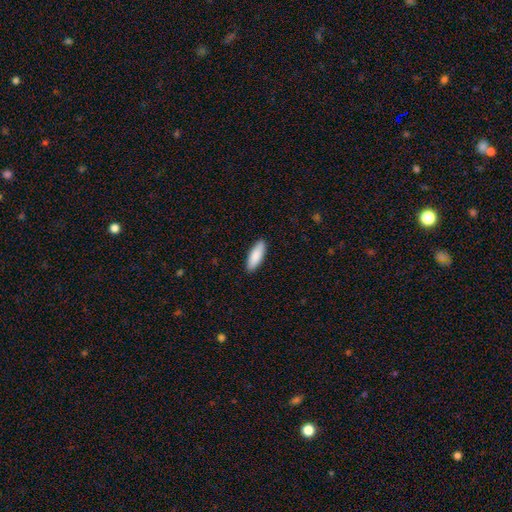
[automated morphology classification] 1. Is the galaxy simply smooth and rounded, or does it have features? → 88% smooth, 7% featured or disk, 5% star or artifact.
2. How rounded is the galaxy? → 65% in between, 33% cigar-shaped, 2% round.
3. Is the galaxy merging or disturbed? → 90% none, 8% minor disturbance, 2% major disturbance, 1% merger.